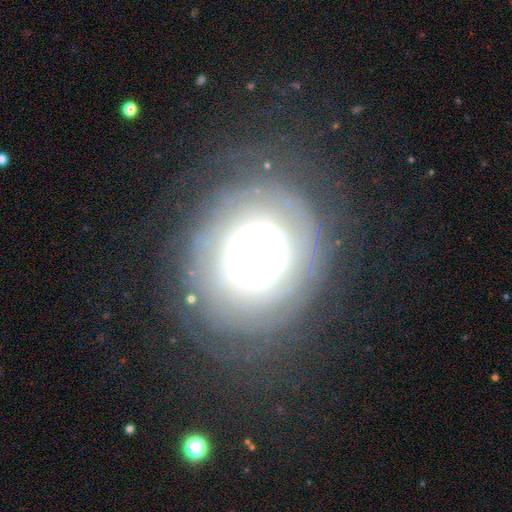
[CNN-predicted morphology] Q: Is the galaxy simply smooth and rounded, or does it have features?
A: featured or disk — 52%.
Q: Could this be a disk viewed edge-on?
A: no — 93%.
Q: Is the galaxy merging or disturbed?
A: none — 65%.